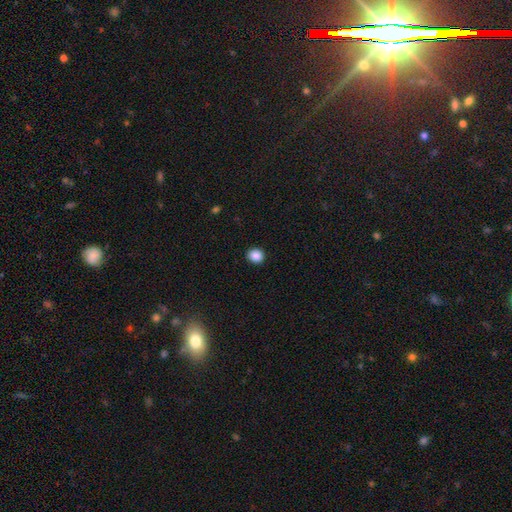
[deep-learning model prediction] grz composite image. It shows a smooth galaxy with no disk features (88%) that is round (85%). Merging: none (92%).